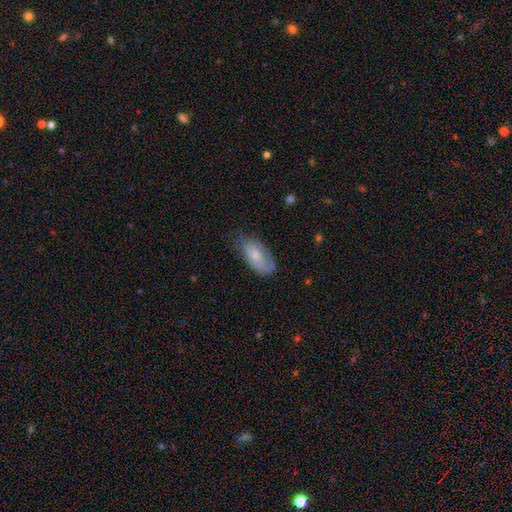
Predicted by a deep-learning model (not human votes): A smooth galaxy with no disk features (62%) that is in between round and cigar-shaped (92%).

Vote fractions:
- Smooth or featured? smooth: 62% / featured or disk: 31% / star or artifact: 6%
- How rounded? in between: 92% / cigar-shaped: 5% / round: 3%
- Merging? none: 59% / minor disturbance: 30% / major disturbance: 9% / merger: 2%